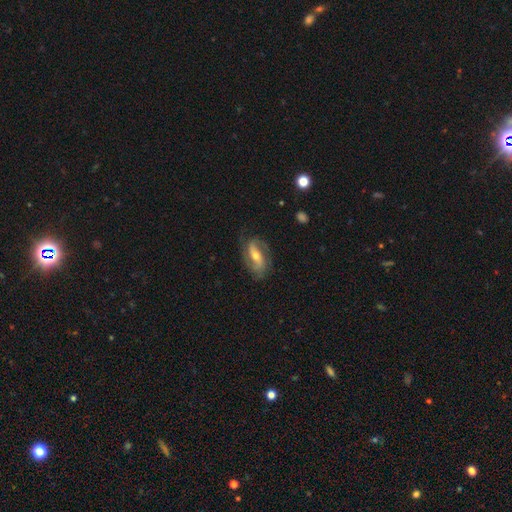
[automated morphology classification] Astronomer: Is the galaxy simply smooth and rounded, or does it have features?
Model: featured or disk — 81%.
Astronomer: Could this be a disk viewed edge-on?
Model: no — 93%.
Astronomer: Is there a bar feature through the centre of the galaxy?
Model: strong — 43% (runner-up: weak, 33%).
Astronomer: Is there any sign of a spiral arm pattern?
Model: yes — 93%.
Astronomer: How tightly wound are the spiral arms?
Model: medium — 42% (runner-up: loose, 33%).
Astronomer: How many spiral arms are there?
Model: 2 — 85%.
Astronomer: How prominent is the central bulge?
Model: moderate — 55% (runner-up: small, 40%).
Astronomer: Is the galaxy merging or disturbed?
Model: none — 76%.